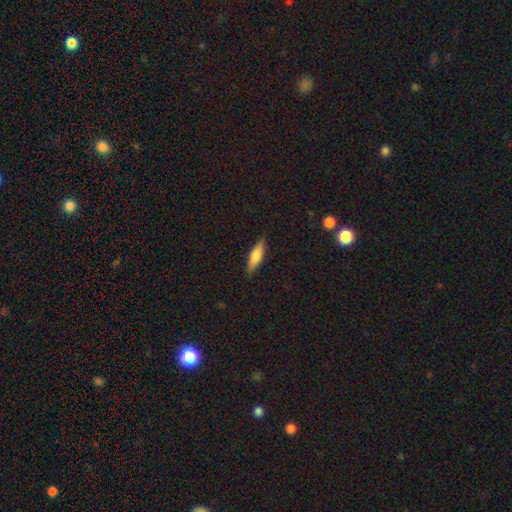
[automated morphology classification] Q: Smooth or featured?
A: smooth (68%); runner-up: featured or disk (25%)
Q: How rounded?
A: cigar-shaped (62%); runner-up: in between (35%)
Q: Merging?
A: none (88%); runner-up: minor disturbance (9%)